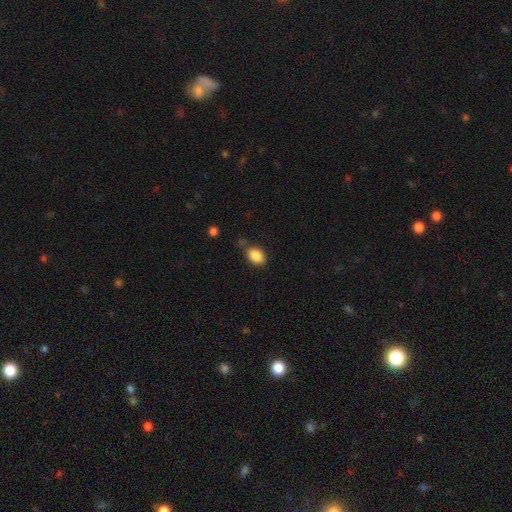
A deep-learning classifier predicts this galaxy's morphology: smooth 88%, star or artifact 8%, featured or disk 4%. Down the decision tree: how rounded — in between (81%); merging — none (73%).